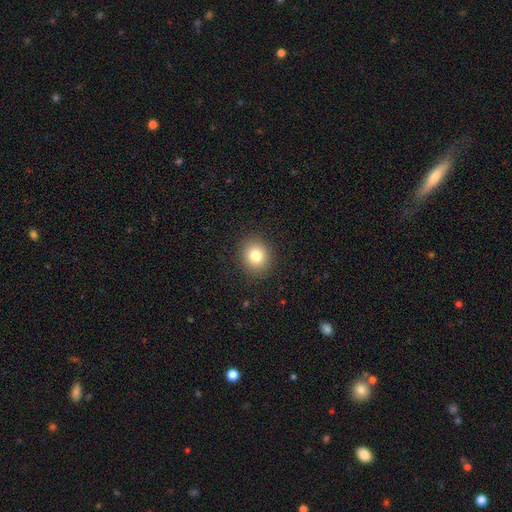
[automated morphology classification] A smooth galaxy with no disk features (80%) that is round (79%). Merging: none (90%).